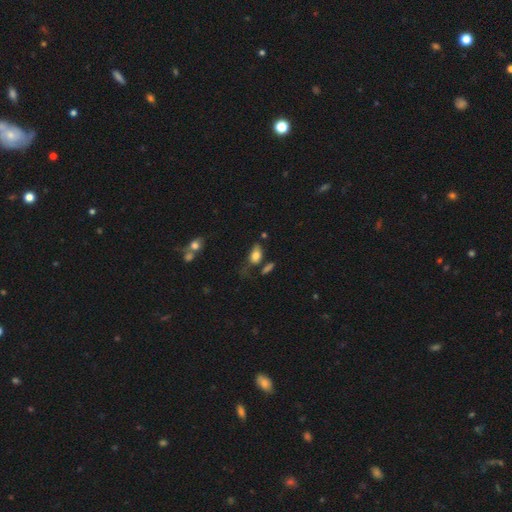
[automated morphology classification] A smooth galaxy with no disk features (78%) that is in between round and cigar-shaped (88%).

Vote fractions:
- Smooth or featured? smooth: 78% / featured or disk: 13% / star or artifact: 9%
- How rounded? in between: 88% / round: 6% / cigar-shaped: 6%
- Merging? none: 50% / minor disturbance: 26% / major disturbance: 14% / merger: 10%